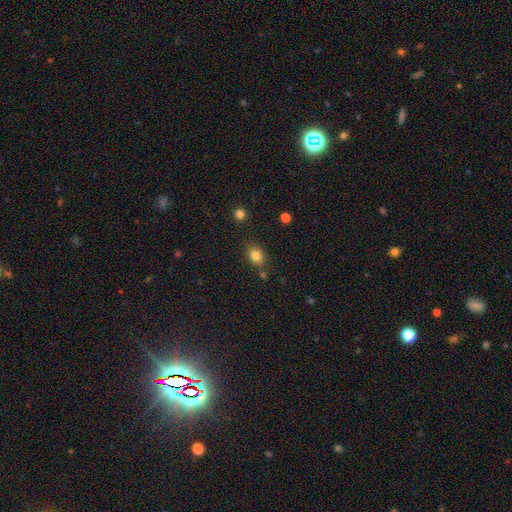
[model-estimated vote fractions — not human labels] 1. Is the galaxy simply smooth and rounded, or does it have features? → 83% smooth, 11% star or artifact, 6% featured or disk.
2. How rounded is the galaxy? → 59% in between, 40% round, 1% cigar-shaped.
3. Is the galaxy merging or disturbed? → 78% none, 13% minor disturbance, 6% merger, 3% major disturbance.